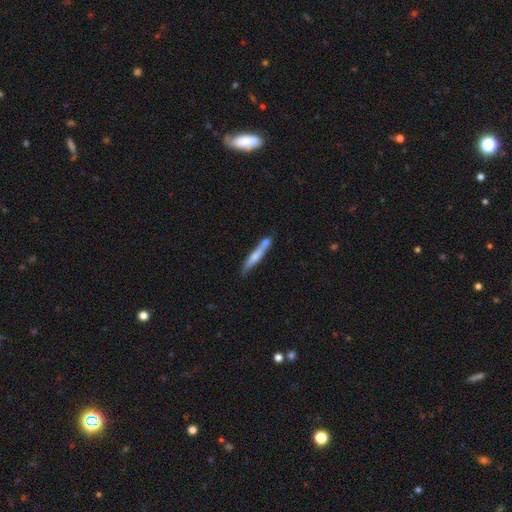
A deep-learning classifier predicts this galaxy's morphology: Smooth or featured? Predicted: smooth (p=0.55). How rounded? Predicted: cigar-shaped (p=0.92). Merging? Predicted: none (p=0.56).